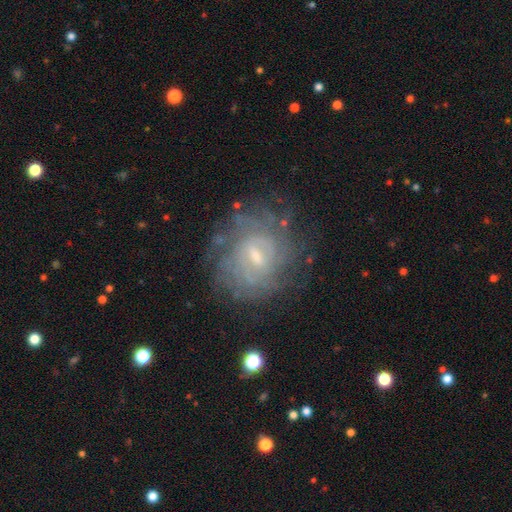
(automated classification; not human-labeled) This appears to be a featured or disk galaxy (79%) with a weak bar (62%), tight (68%) spiral arms (86%) and a small central bulge (52%). Merging: none (70%).